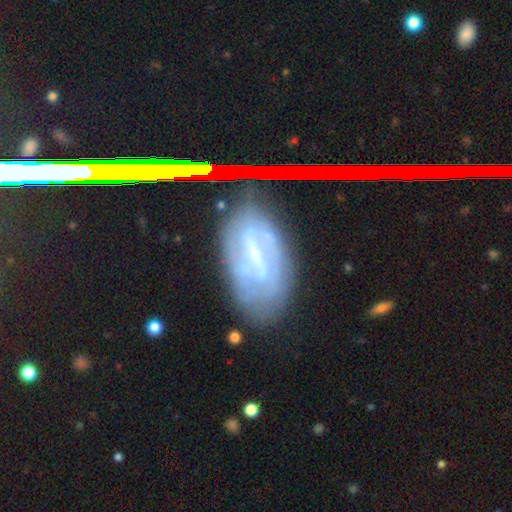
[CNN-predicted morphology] Smooth or featured?
  - featured or disk: 59% *
  - smooth: 28%
  - star or artifact: 13%
Edge-on disk?
  - no: 89% *
  - yes: 11%
Bar?
  - strong: 43% *
  - weak: 38%
  - no: 20%
Spiral arms?
  - yes: 66% *
  - no: 34%
Bulge size?
  - small: 42% *
  - none: 40%
  - moderate: 15%
  - large: 2%
  - dominant: 1%
Merging?
  - none: 64% *
  - minor disturbance: 23%
  - major disturbance: 9%
  - merger: 3%